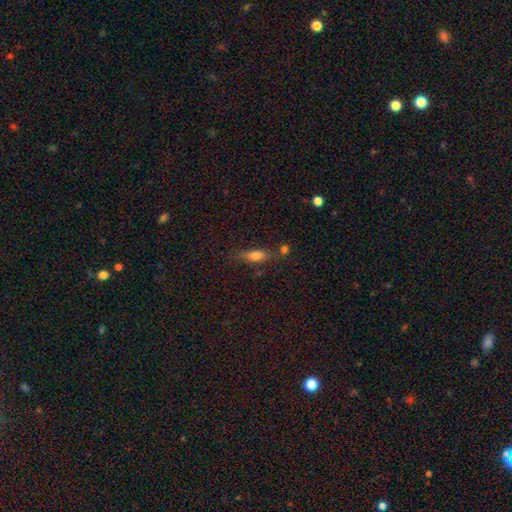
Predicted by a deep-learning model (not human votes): Smooth or featured? smooth (69%)
How rounded? in between (54%)
Merging? none (67%)